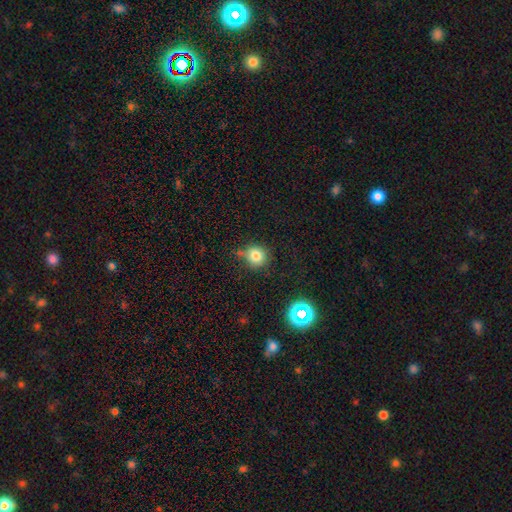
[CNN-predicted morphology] Overall: smooth (79%). How rounded: round (90%). Merging: none (67%).